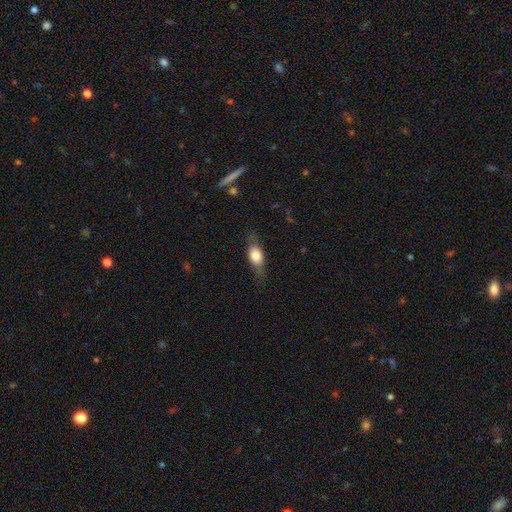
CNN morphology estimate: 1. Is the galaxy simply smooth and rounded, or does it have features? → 62% smooth, 31% featured or disk, 7% star or artifact.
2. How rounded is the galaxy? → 68% in between, 23% cigar-shaped, 9% round.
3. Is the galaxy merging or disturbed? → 72% none, 19% minor disturbance, 7% major disturbance, 1% merger.